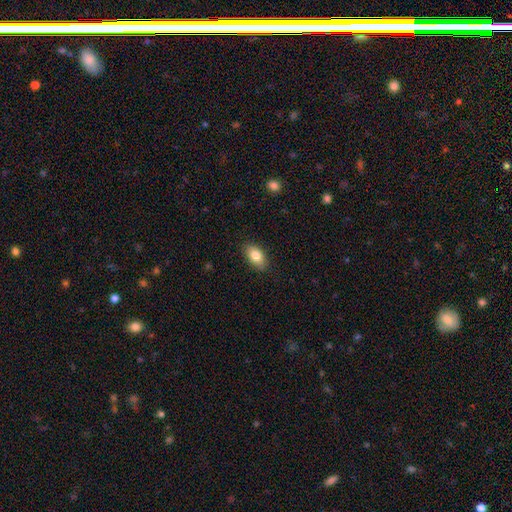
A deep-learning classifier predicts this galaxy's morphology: Smooth or featured? smooth (84%)
How rounded? in between (91%)
Merging? none (87%)